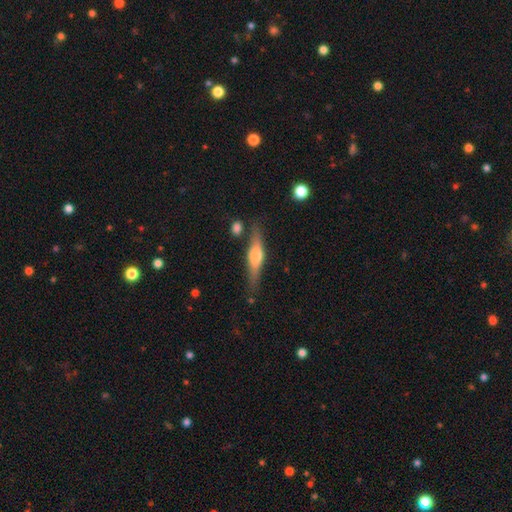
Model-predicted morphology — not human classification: type=featured or disk (63%); edge-on=yes (95%); edge-on bulge=rounded (83%); merging=none (79%).